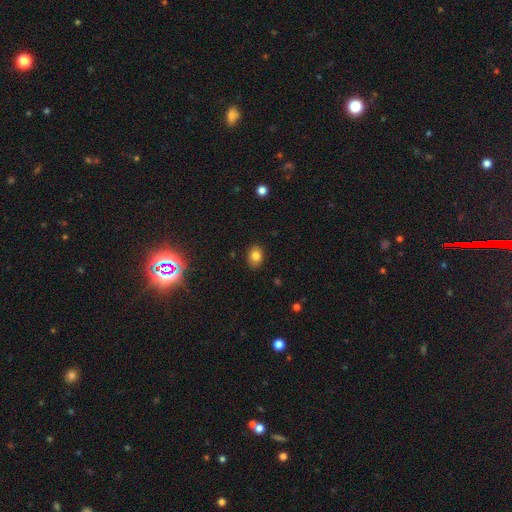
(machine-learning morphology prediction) smooth 82%, star or artifact 11%, featured or disk 7%. Down the decision tree: how rounded — in between (65%); merging — none (87%).